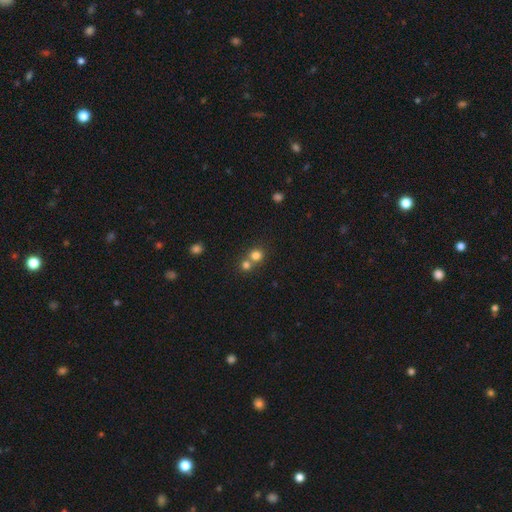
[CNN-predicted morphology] Smooth or featured: smooth — 77% (star or artifact — 14%)
How rounded: round — 87% (in between — 12%)
Merging: none — 47% (merger — 46%)